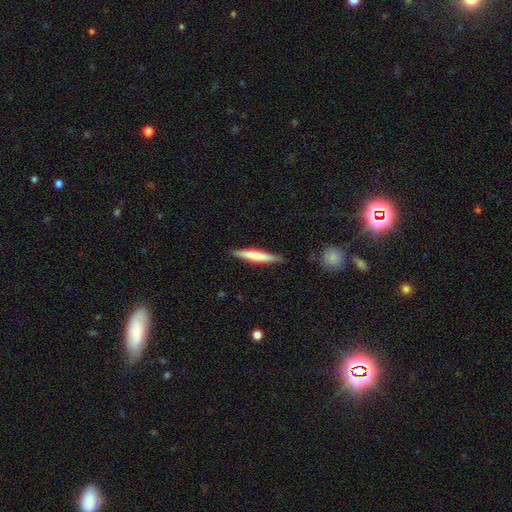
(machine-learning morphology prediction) This appears to be a smooth galaxy with no disk features (61%) that is cigar-shaped (94%). Merging: none (88%).